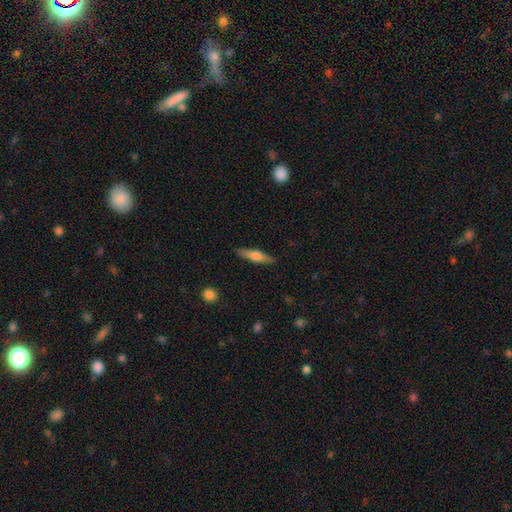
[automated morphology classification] Smooth or featured?
  - smooth: 48% *
  - featured or disk: 45%
  - star or artifact: 6%
Merging?
  - none: 88% *
  - minor disturbance: 8%
  - major disturbance: 2%
  - merger: 1%